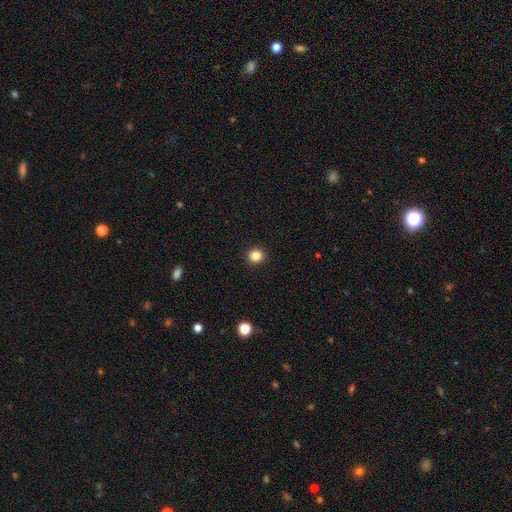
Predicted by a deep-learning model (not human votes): Smooth or featured?
  - smooth: 85% *
  - star or artifact: 12%
  - featured or disk: 4%
How rounded?
  - round: 92% *
  - in between: 7%
  - cigar-shaped: 1%
Merging?
  - none: 93% *
  - minor disturbance: 4%
  - major disturbance: 2%
  - merger: 1%